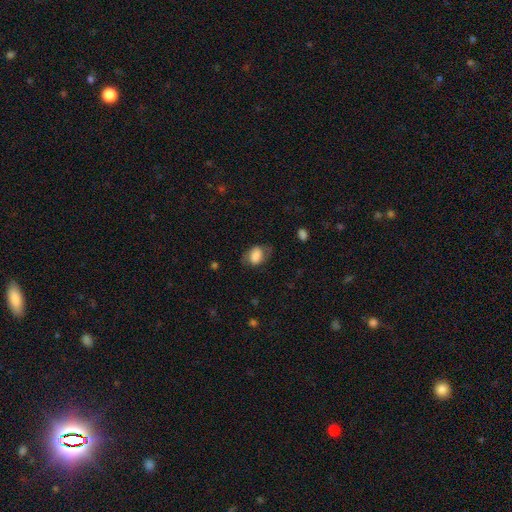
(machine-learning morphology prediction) type=smooth (75%); roundness=in between (80%); merging=none (60%).